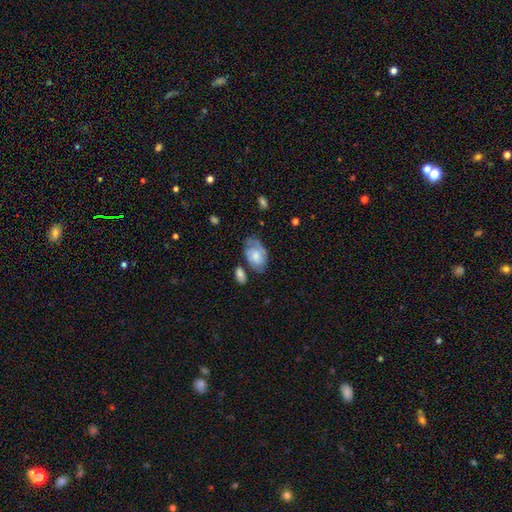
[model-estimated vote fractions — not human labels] Smooth or featured? smooth (57%)
How rounded? in between (88%)
Merging? none (46%)